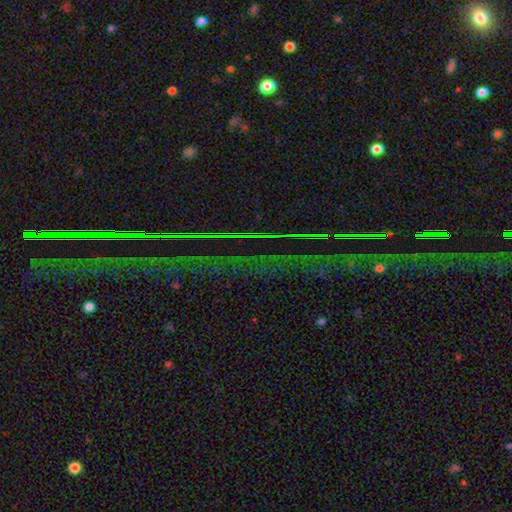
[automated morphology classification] star or artifact 83%, featured or disk 9%, smooth 8%.